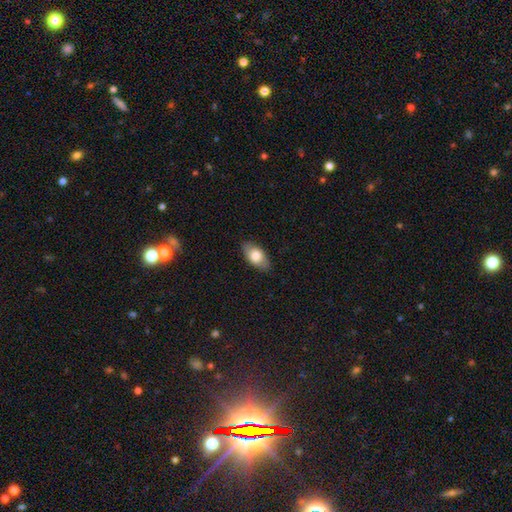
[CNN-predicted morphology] Smooth or featured? Predicted: smooth (p=0.74). How rounded? Predicted: in between (p=0.91). Merging? Predicted: none (p=0.84).